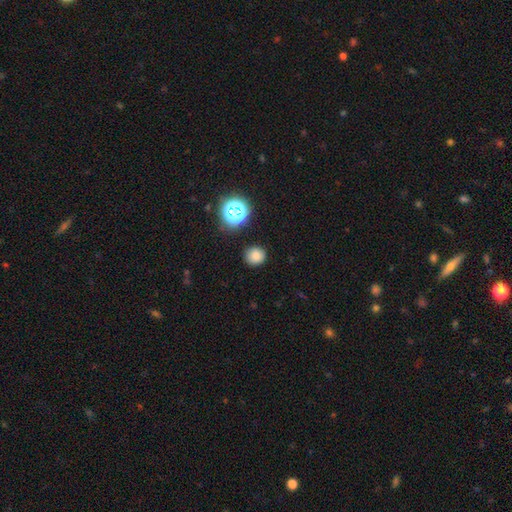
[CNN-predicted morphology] Smooth or featured: smooth — 79% (star or artifact — 16%)
How rounded: round — 87% (in between — 12%)
Merging: none — 87% (minor disturbance — 9%)